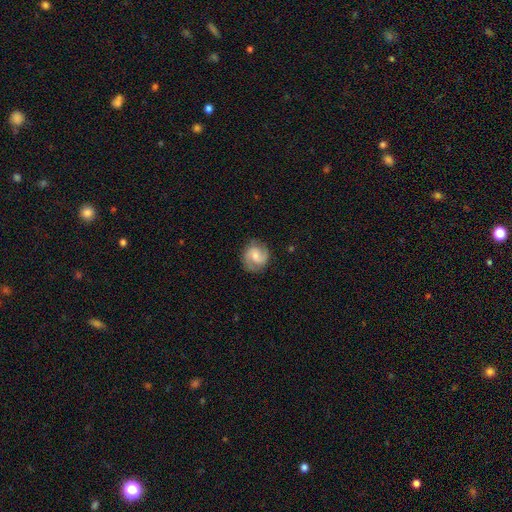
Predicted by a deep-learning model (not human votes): Smooth or featured? Predicted: featured or disk (p=0.72). Edge-on disk? Predicted: no (p=0.98). Bar? Predicted: weak (p=0.47). Spiral arms? Predicted: yes (p=0.95). Spiral winding? Predicted: medium (p=0.49). Spiral arm count? Predicted: 2 (p=0.88). Bulge size? Predicted: moderate (p=0.47). Merging? Predicted: none (p=0.82).